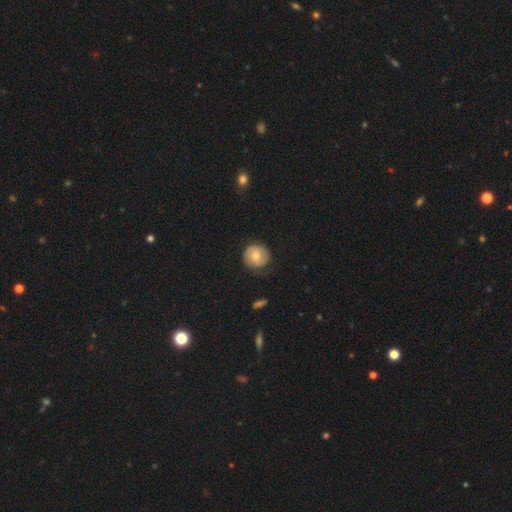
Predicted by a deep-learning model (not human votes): This appears to be a smooth galaxy with no disk features (58%) that is round (87%). Merging: none (71%).